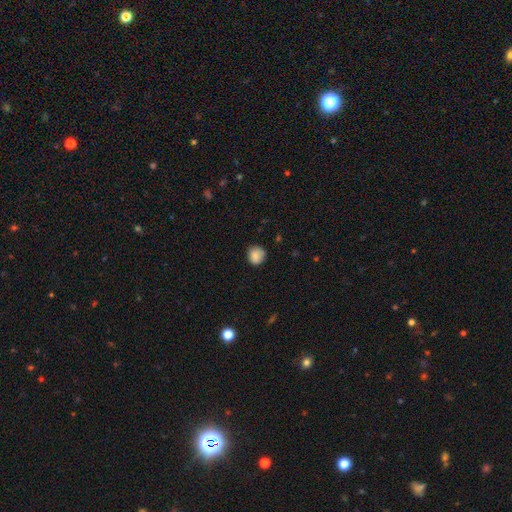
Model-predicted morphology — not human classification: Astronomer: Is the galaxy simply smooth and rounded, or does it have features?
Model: smooth — 86%.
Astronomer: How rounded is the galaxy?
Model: round — 87%.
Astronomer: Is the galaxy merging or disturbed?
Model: none — 78%.